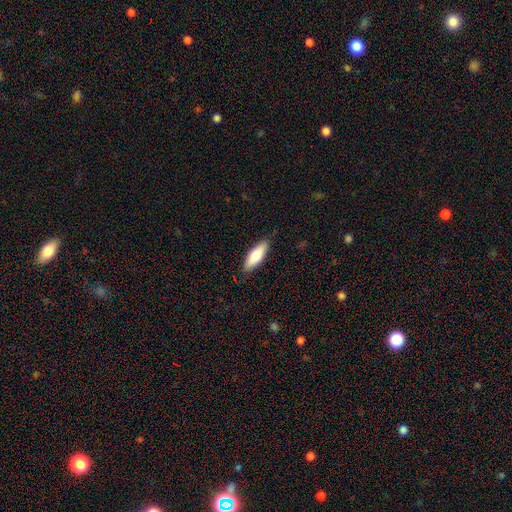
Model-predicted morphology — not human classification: Smooth or featured? Predicted: smooth (p=0.76). How rounded? Predicted: in between (p=0.56). Merging? Predicted: none (p=0.85).